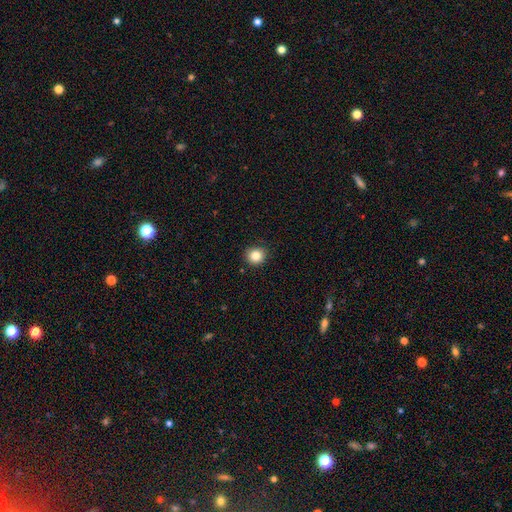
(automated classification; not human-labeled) smooth_or_featured: smooth (p=0.84) [alt: star or artifact p=0.11]
how_rounded: round (p=0.89) [alt: in between p=0.10]
merging: none (p=0.89) [alt: minor disturbance p=0.08]